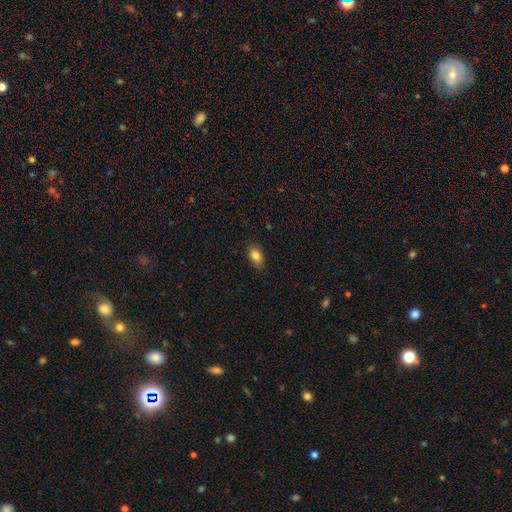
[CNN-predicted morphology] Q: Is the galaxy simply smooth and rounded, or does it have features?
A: smooth — 84%.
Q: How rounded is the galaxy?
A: in between — 89%.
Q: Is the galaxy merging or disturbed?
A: none — 85%.